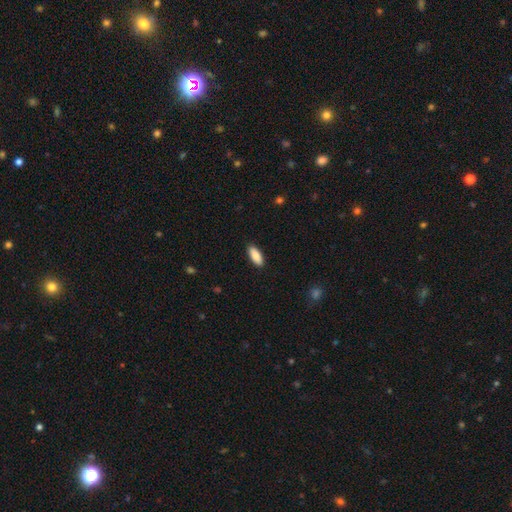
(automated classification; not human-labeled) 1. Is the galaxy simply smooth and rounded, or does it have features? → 86% smooth, 8% featured or disk, 6% star or artifact.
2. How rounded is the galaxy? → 79% in between, 19% cigar-shaped, 2% round.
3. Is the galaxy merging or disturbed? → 89% none, 8% minor disturbance, 2% major disturbance, 1% merger.